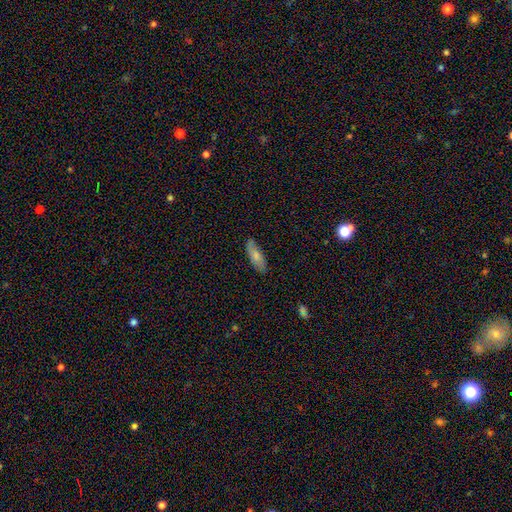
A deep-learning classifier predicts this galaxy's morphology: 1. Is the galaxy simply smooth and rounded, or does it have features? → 75% smooth, 19% featured or disk, 6% star or artifact.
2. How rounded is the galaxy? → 62% in between, 36% cigar-shaped, 2% round.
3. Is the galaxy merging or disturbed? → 81% none, 15% minor disturbance, 3% major disturbance, 1% merger.